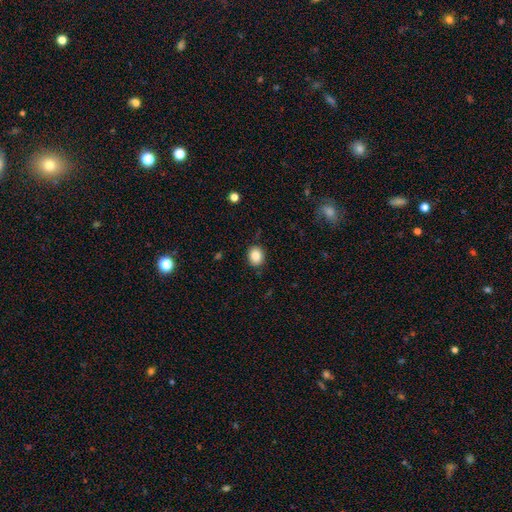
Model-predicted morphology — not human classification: Smooth or featured? Predicted: smooth (p=0.85). How rounded? Predicted: round (p=0.61). Merging? Predicted: none (p=0.87).